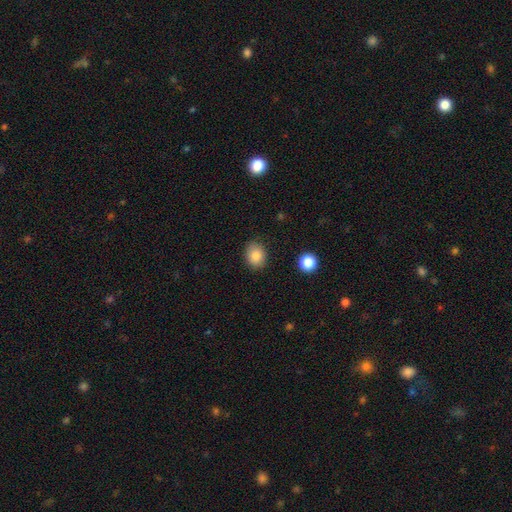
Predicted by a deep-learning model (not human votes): The model was most divided on "how rounded": round: 51%, in between: 48%, cigar-shaped: 1%. More confident: smooth or featured — smooth (86%); merging — none (84%).